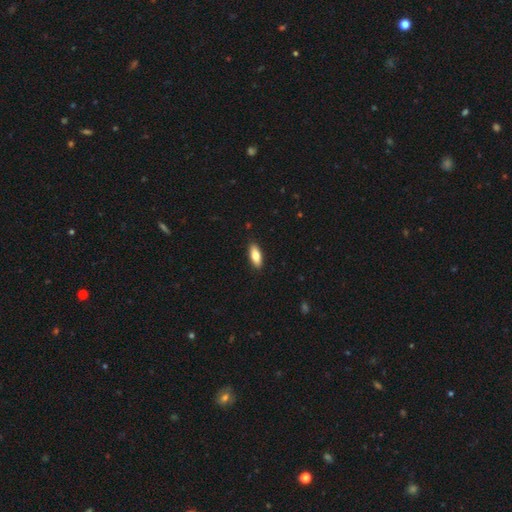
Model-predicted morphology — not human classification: Q: Smooth or featured?
A: smooth (78%); runner-up: featured or disk (16%)
Q: How rounded?
A: in between (78%); runner-up: cigar-shaped (20%)
Q: Merging?
A: none (90%); runner-up: minor disturbance (8%)